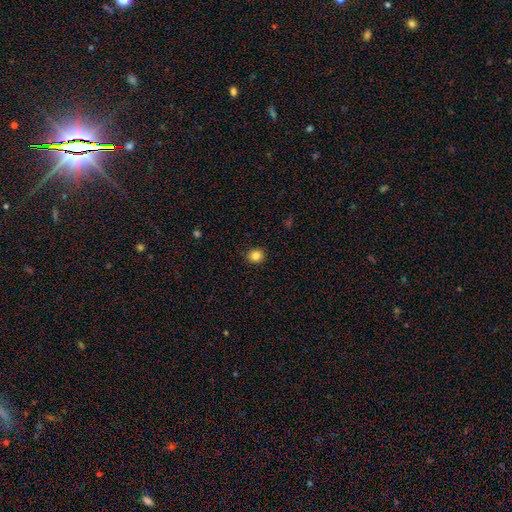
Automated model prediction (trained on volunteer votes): Smooth or featured?
  - smooth: 84% *
  - star or artifact: 11%
  - featured or disk: 5%
How rounded?
  - round: 85% *
  - in between: 14%
  - cigar-shaped: 1%
Merging?
  - none: 91% *
  - minor disturbance: 6%
  - major disturbance: 2%
  - merger: 1%